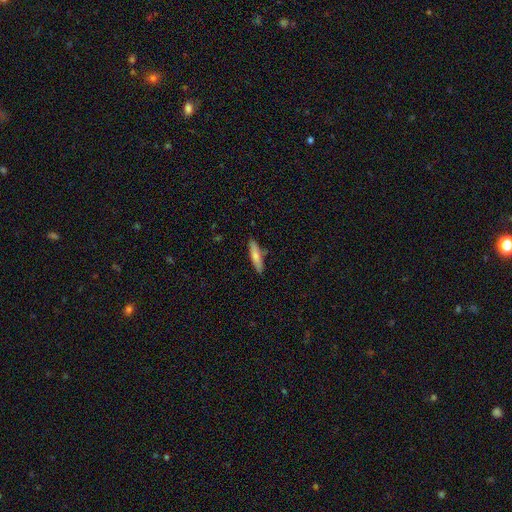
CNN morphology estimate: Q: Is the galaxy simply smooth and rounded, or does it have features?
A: smooth — 71%.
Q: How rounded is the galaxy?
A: cigar-shaped — 84%.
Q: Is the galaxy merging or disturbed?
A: none — 85%.